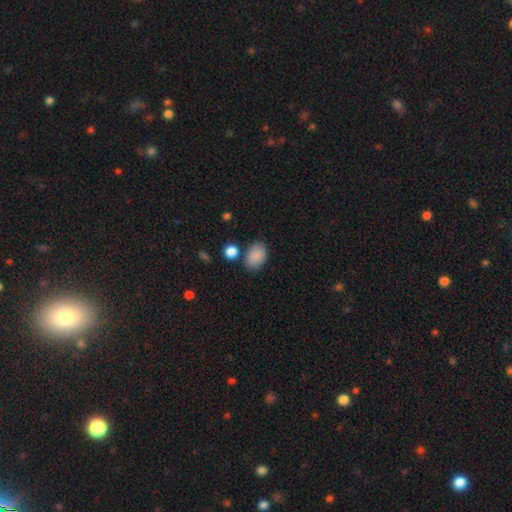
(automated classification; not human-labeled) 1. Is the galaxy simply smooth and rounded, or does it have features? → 87% smooth, 8% star or artifact, 5% featured or disk.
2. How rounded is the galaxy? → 82% in between, 17% round, 1% cigar-shaped.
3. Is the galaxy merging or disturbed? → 74% none, 14% minor disturbance, 7% merger, 4% major disturbance.